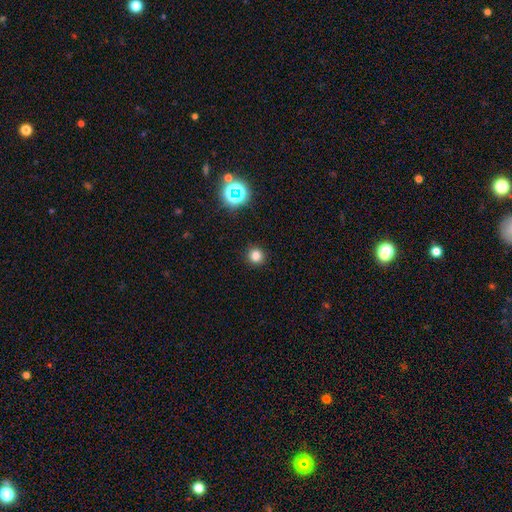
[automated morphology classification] smooth 78%, star or artifact 17%, featured or disk 5%. Down the decision tree: how rounded — round (91%); merging — none (92%).